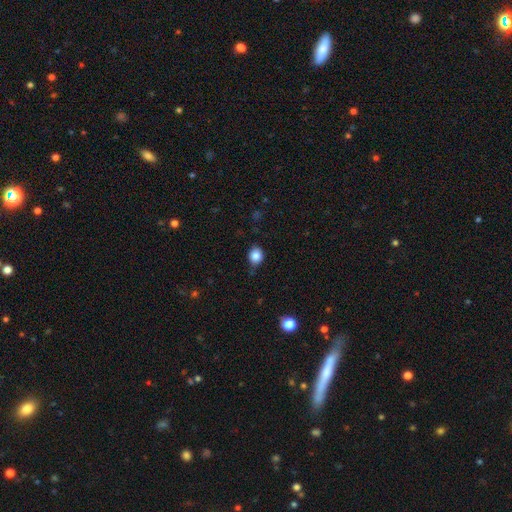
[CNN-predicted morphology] This appears to be a smooth galaxy with no disk features (85%) that is round (67%). Merging: none (69%).